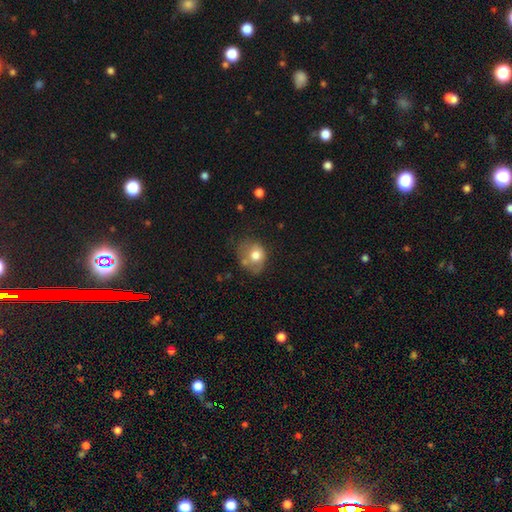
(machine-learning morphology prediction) Smooth or featured? Predicted: smooth (p=0.69). How rounded? Predicted: round (p=0.60). Merging? Predicted: none (p=0.37).